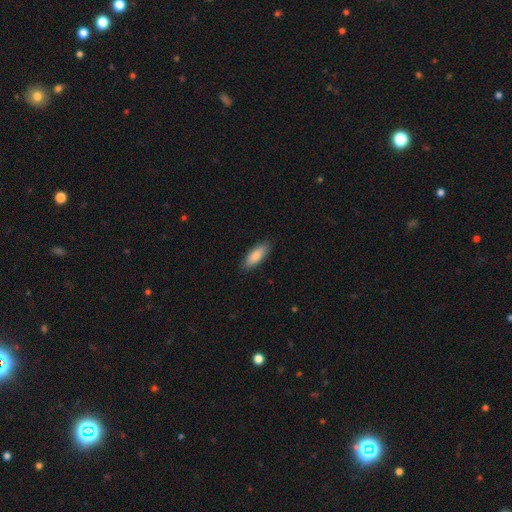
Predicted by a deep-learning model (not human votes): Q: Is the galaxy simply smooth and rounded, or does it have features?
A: smooth — 87%.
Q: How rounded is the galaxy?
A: in between — 65%.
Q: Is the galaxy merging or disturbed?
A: none — 88%.